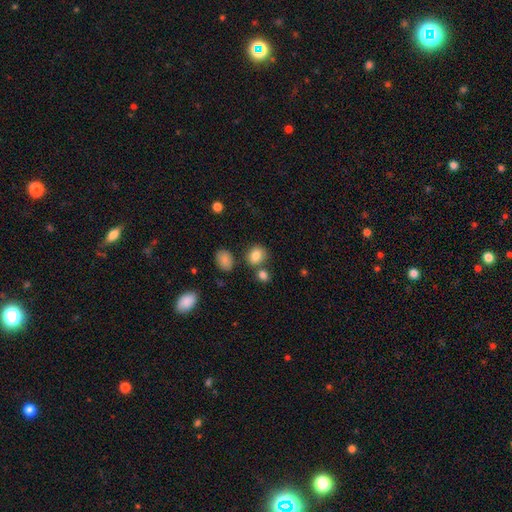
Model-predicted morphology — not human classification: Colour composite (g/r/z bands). It shows a smooth galaxy with no disk features (82%) that is round (54%). Merging: none (70%).